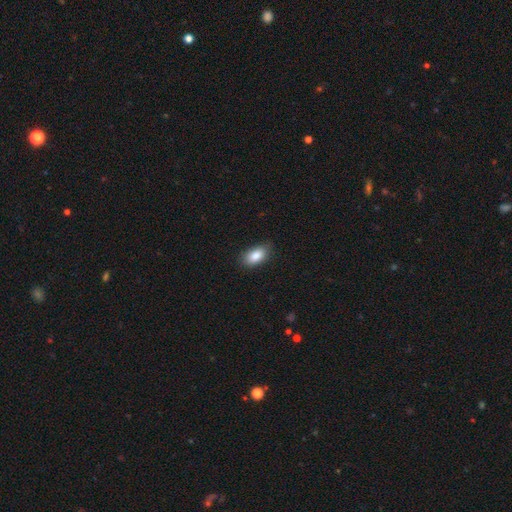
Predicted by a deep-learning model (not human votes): Overall: smooth (87%). How rounded: in between (92%). Merging: none (83%).